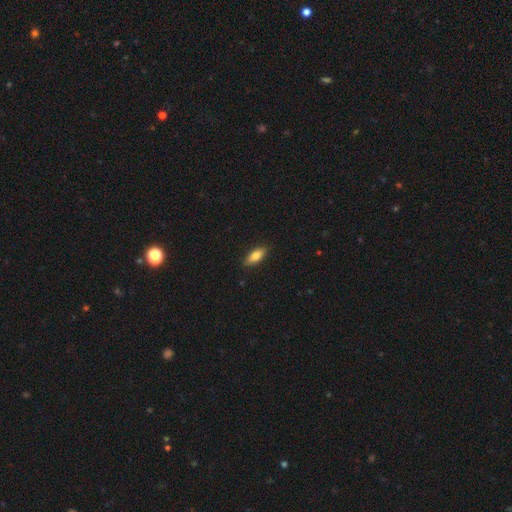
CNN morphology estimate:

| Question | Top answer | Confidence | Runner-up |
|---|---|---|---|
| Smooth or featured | smooth | 81% | featured or disk (13%) |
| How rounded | in between | 78% | cigar-shaped (19%) |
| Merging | none | 85% | minor disturbance (12%) |